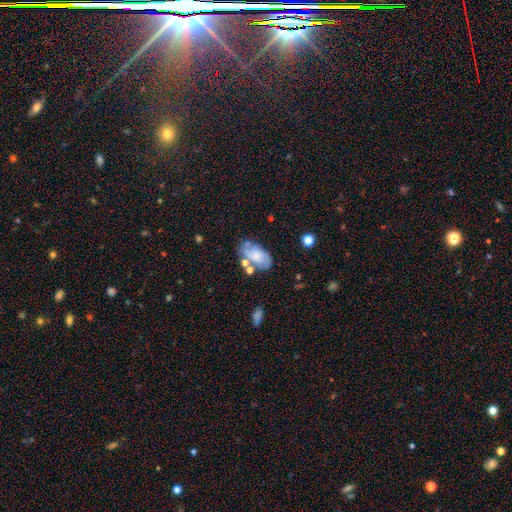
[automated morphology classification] A featured or disk galaxy (48%).

Vote fractions:
- Smooth or featured? featured or disk: 48% / smooth: 43% / star or artifact: 8%
- Merging? none: 53% / minor disturbance: 23% / merger: 14% / major disturbance: 10%